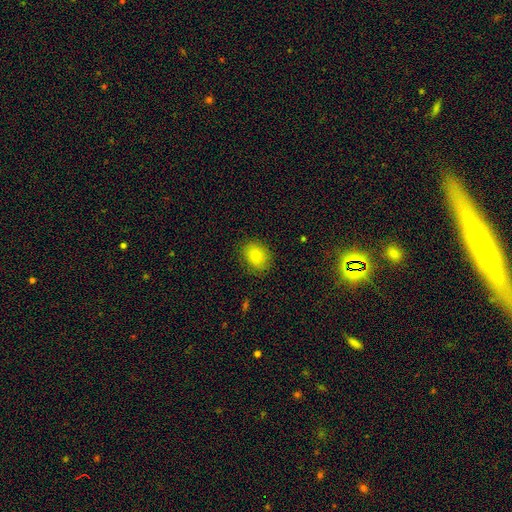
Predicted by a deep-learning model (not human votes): Smooth or featured: smooth — 81% (star or artifact — 10%)
How rounded: in between — 55% (round — 44%)
Merging: none — 84% (minor disturbance — 12%)